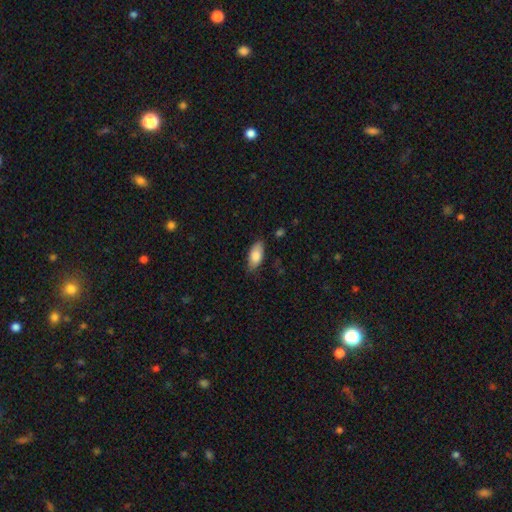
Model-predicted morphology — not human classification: Smooth or featured? Predicted: smooth (p=0.82). How rounded? Predicted: in between (p=0.90). Merging? Predicted: none (p=0.76).